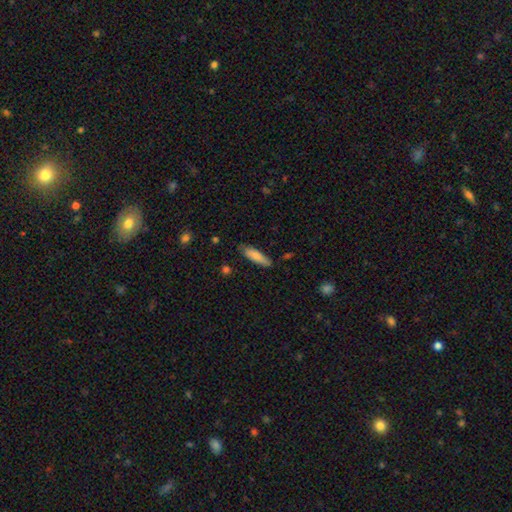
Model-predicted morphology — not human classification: A smooth galaxy with no disk features (82%) that is cigar-shaped (57%). Merging: none (78%).